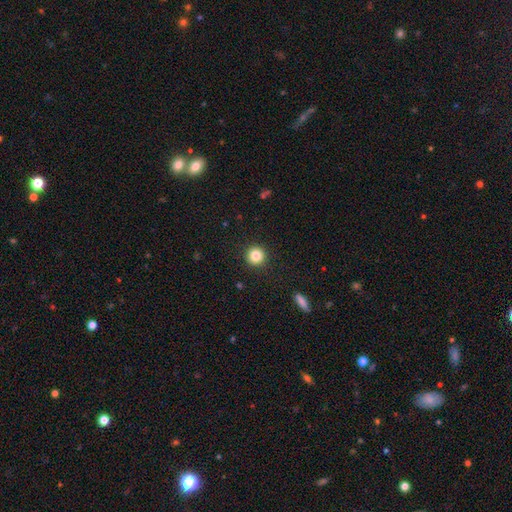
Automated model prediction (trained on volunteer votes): This appears to be a smooth galaxy with no disk features (84%) that is round (95%). Merging: none (92%).